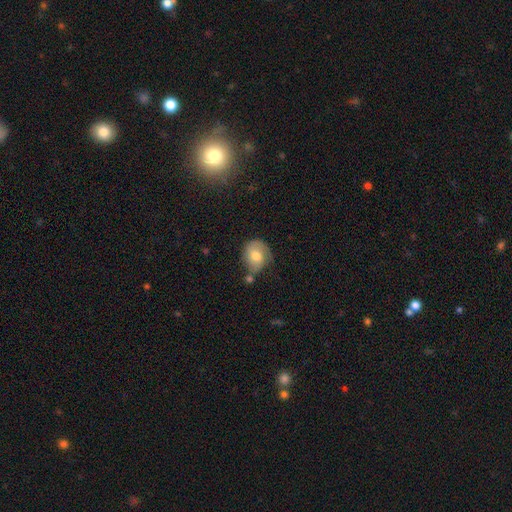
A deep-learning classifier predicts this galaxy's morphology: A smooth galaxy with no disk features (60%) that is round (66%).

Vote fractions:
- Smooth or featured? smooth: 60% / featured or disk: 32% / star or artifact: 8%
- How rounded? round: 66% / in between: 33% / cigar-shaped: 1%
- Merging? none: 50% / minor disturbance: 28% / major disturbance: 12% / merger: 11%